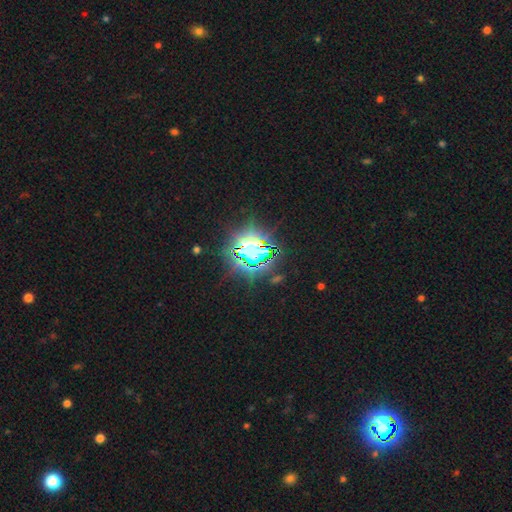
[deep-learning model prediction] smooth-or-featured: star or artifact: 76% | smooth: 14% | featured or disk: 10%